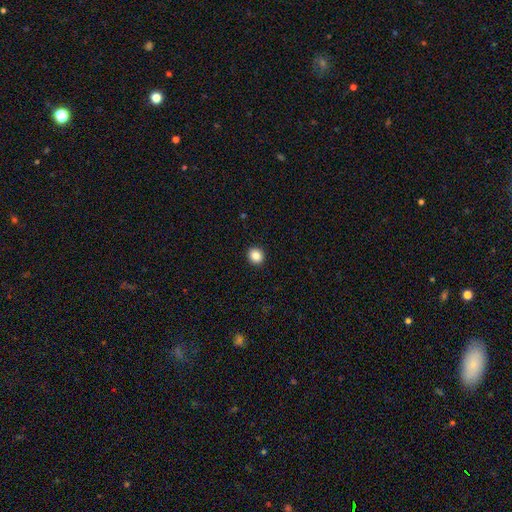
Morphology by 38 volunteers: Smooth or featured? 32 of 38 (84%) said smooth. How rounded? 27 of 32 (84%) said round. Merging? 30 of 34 (88%) said none.